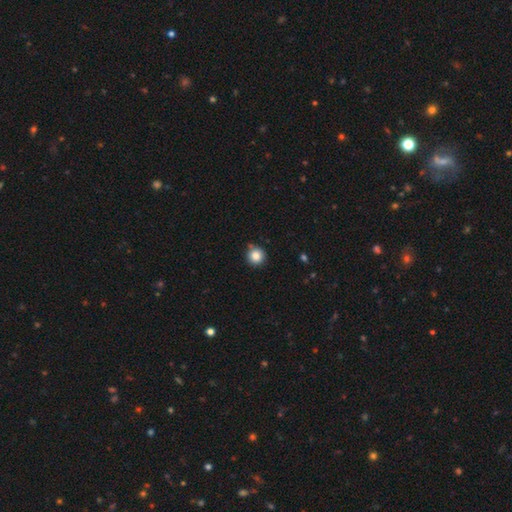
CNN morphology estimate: smooth_or_featured: smooth (p=0.84) [alt: star or artifact p=0.11]
how_rounded: round (p=0.94) [alt: in between p=0.05]
merging: none (p=0.77) [alt: minor disturbance p=0.17]